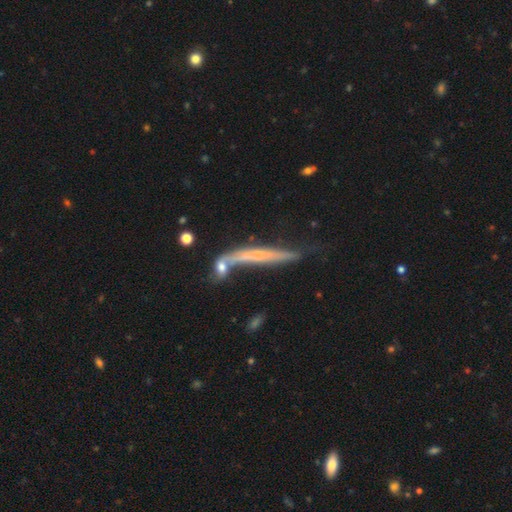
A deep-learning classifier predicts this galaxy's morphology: This is possibly a featured or disk galaxy (55%). It is clearly viewed edge-on (83%). Merging: marginally none (41%).